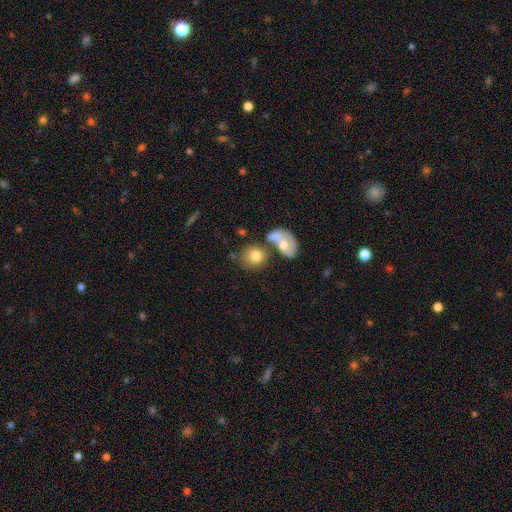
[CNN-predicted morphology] Q: Smooth or featured?
A: smooth (72%); runner-up: featured or disk (20%)
Q: How rounded?
A: round (68%); runner-up: in between (31%)
Q: Merging?
A: merger (42%); runner-up: none (39%)